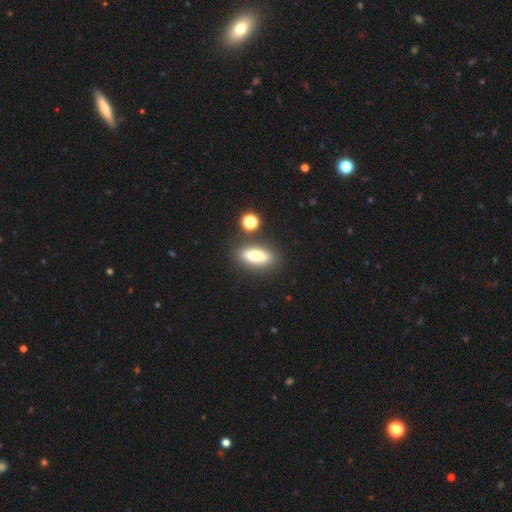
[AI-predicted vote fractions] A smooth galaxy with no disk features (70%) that is in between round and cigar-shaped (58%). Merging: none (81%).